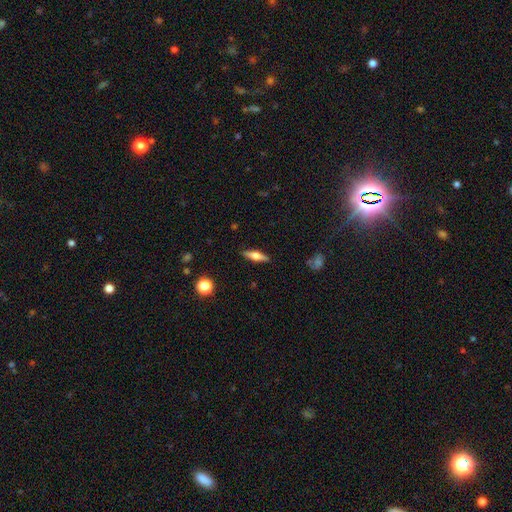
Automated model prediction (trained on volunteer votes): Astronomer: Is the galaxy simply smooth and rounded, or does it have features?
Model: featured or disk — 51% (runner-up: smooth, 42%).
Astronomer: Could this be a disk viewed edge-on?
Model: yes — 94%.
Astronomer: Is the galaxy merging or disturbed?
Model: none — 89%.